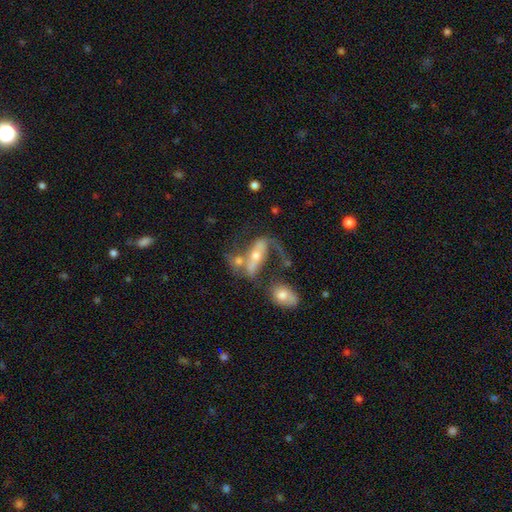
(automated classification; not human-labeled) featured or disk 72%, smooth 19%, star or artifact 8%. Down the decision tree: edge-on disk — no (79%); bar — strong (44%); spiral arms — yes (73%); bulge size — moderate (53%); merging — none (33%).